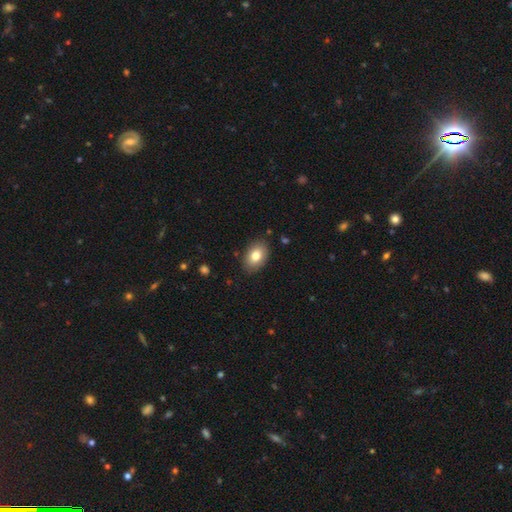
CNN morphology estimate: type=smooth (80%); roundness=in between (85%); merging=none (86%).